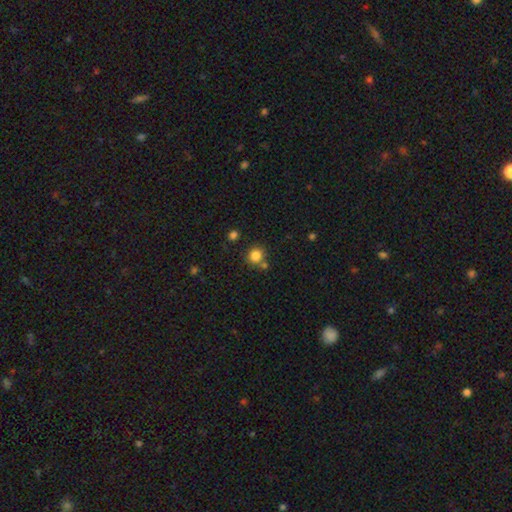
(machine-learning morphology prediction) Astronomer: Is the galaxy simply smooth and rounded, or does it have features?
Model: smooth — 83%.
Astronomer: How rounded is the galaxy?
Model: round — 88%.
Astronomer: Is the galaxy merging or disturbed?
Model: none — 73%.